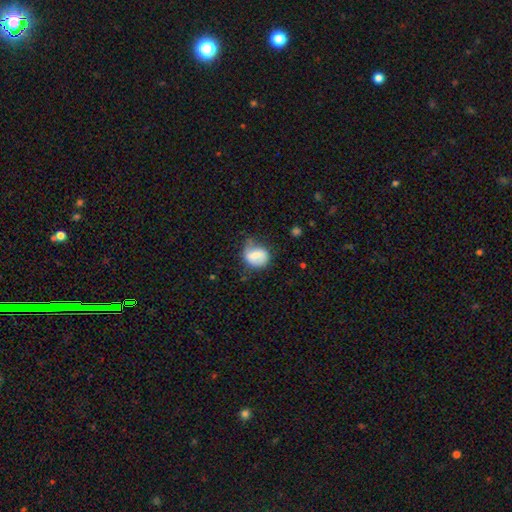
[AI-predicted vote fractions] Smooth or featured? Predicted: smooth (p=0.66). How rounded? Predicted: round (p=0.60). Merging? Predicted: none (p=0.47).